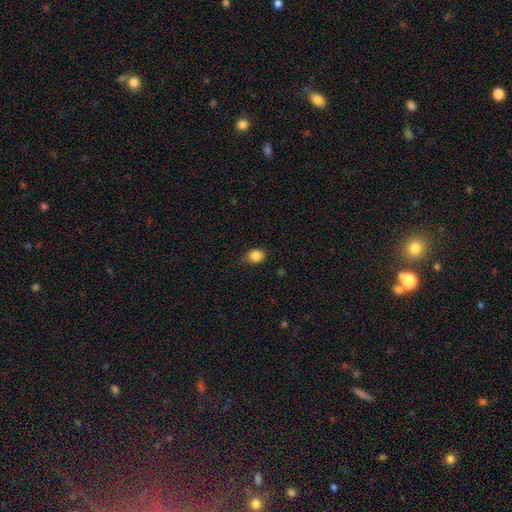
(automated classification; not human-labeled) Smooth or featured? smooth (85%)
How rounded? round (64%)
Merging? none (60%)